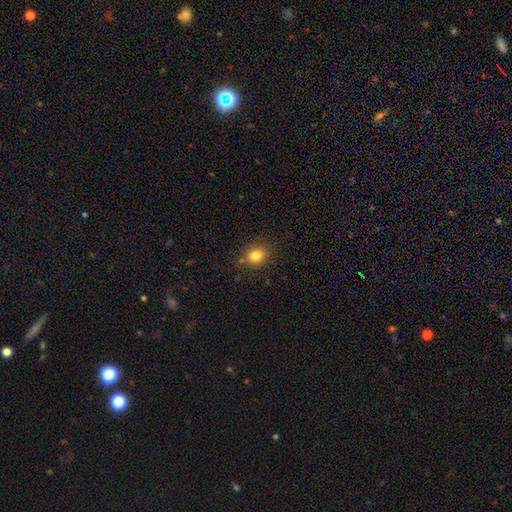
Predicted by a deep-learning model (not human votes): A smooth galaxy with no disk features (81%) that is round (67%).

Vote fractions:
- Smooth or featured? smooth: 81% / star or artifact: 12% / featured or disk: 7%
- How rounded? round: 67% / in between: 32% / cigar-shaped: 1%
- Merging? none: 81% / minor disturbance: 13% / major disturbance: 3% / merger: 3%